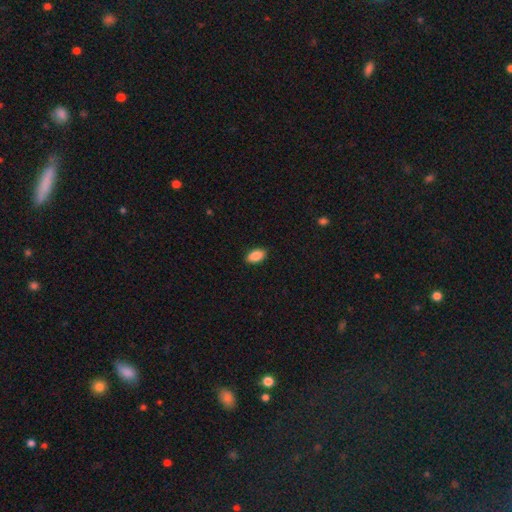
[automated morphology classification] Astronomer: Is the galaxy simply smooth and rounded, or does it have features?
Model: smooth — 89%.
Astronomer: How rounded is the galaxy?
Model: in between — 93%.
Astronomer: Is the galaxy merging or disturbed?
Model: none — 89%.